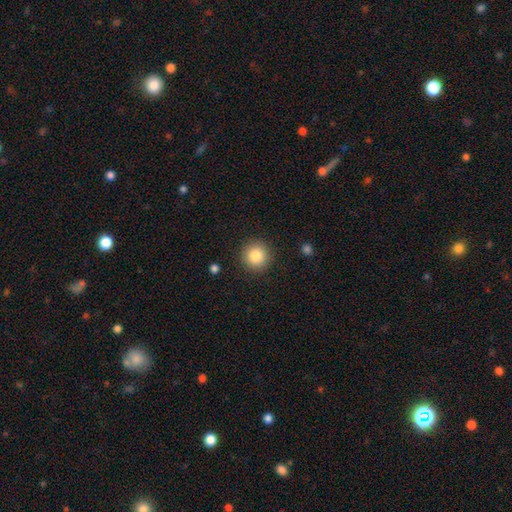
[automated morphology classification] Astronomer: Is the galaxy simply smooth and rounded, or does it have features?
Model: smooth — 85%.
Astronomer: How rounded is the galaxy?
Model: round — 94%.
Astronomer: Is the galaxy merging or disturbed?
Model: none — 90%.